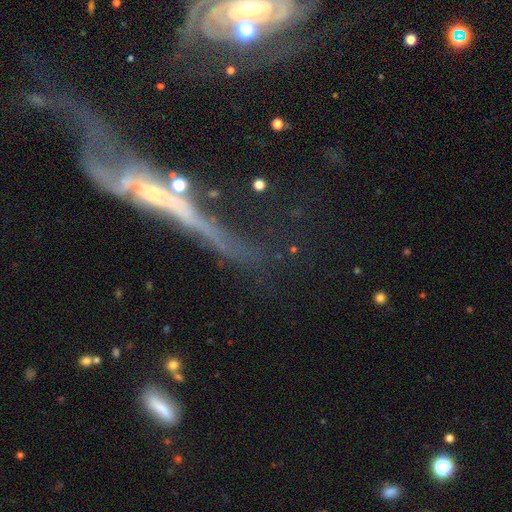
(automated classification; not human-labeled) smooth-or-featured: featured or disk: 53% | smooth: 26% | star or artifact: 20%
  disk-edge-on: yes: 58% | no: 42%
  merging: none: 32% | major disturbance: 30% | merger: 23% | minor disturbance: 15%